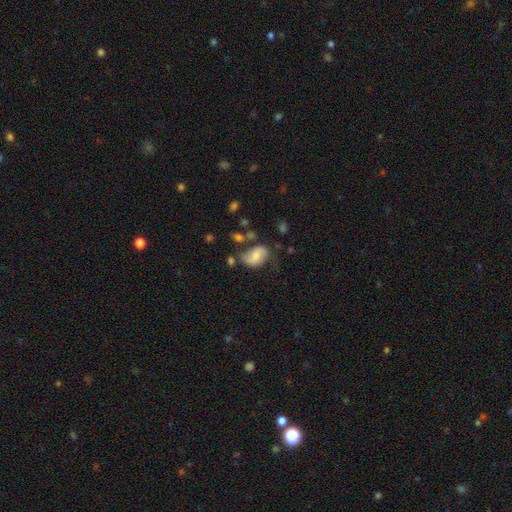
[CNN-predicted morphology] Q: Smooth or featured?
A: smooth (59%); runner-up: featured or disk (33%)
Q: How rounded?
A: in between (85%); runner-up: round (14%)
Q: Merging?
A: none (47%); runner-up: minor disturbance (29%)